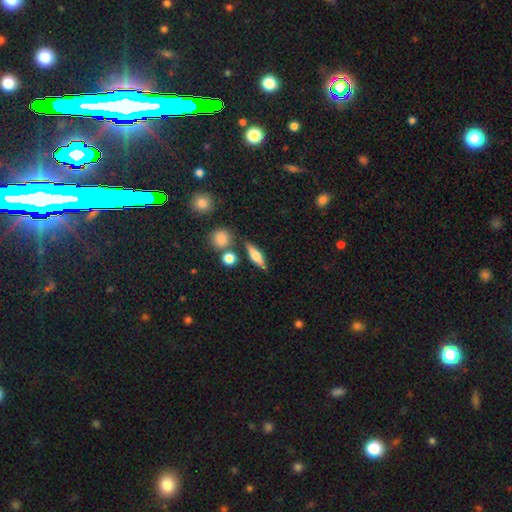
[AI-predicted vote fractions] This appears to be a featured or disk galaxy (51%) viewed edge-on (92%). Merging: none (80%).